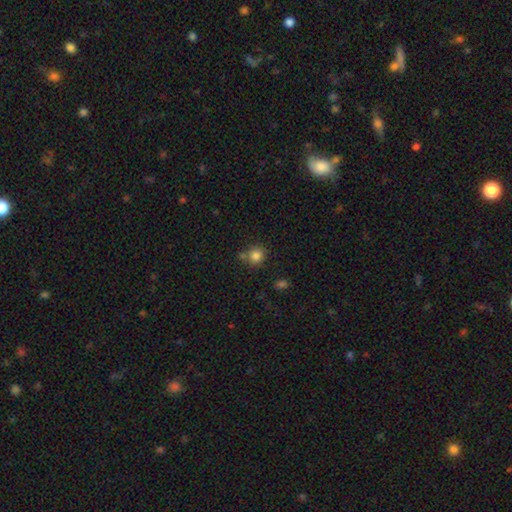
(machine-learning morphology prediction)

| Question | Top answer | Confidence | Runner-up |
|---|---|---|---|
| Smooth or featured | smooth | 83% | star or artifact (12%) |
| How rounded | round | 88% | in between (11%) |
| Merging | none | 67% | merger (17%) |